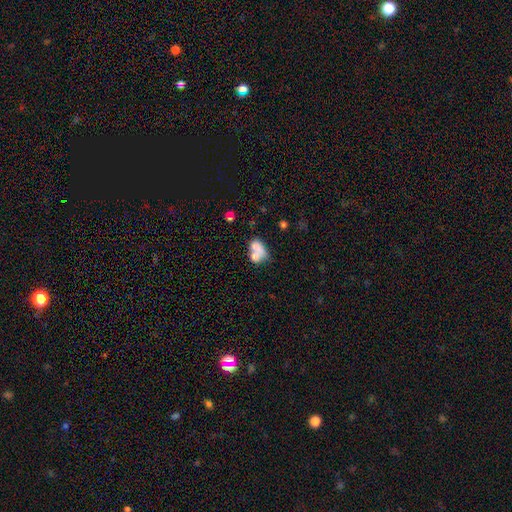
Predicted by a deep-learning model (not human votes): A smooth galaxy with no disk features (69%) that is in between round and cigar-shaped (73%).

Vote fractions:
- Smooth or featured? smooth: 69% / featured or disk: 21% / star or artifact: 10%
- How rounded? in between: 73% / round: 25% / cigar-shaped: 2%
- Merging? merger: 56% / none: 24% / minor disturbance: 11% / major disturbance: 9%